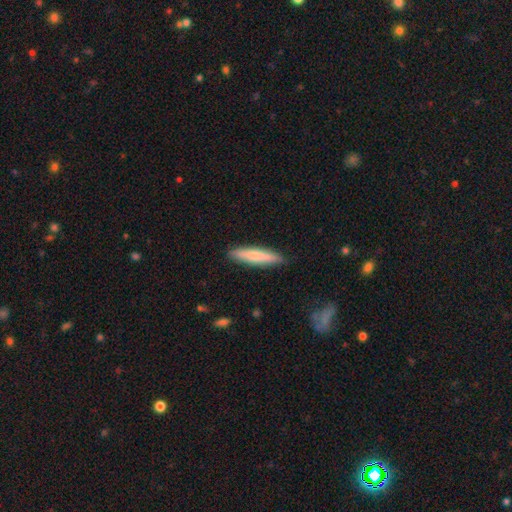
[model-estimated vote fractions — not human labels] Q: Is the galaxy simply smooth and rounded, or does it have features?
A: smooth — 73%.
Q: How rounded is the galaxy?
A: cigar-shaped — 90%.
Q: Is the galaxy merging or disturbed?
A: none — 88%.